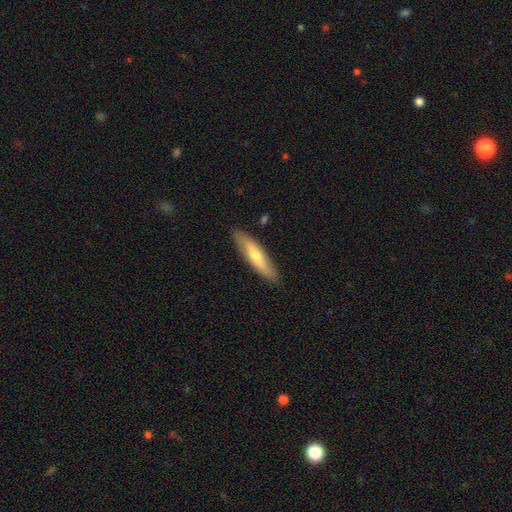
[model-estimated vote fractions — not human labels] A smooth galaxy with no disk features (58%) that is cigar-shaped (77%). Merging: none (86%).